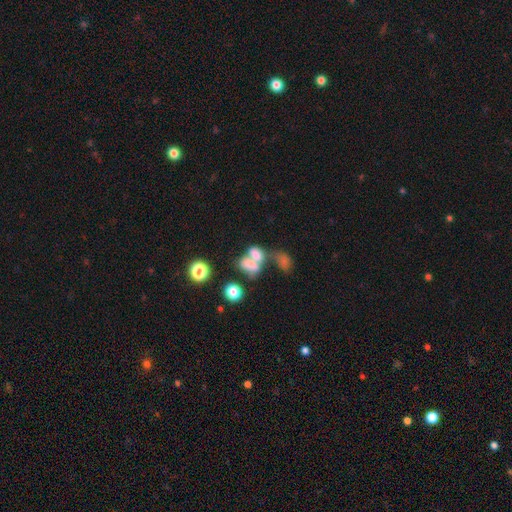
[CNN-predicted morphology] Q: Smooth or featured?
A: smooth (63%); runner-up: featured or disk (24%)
Q: How rounded?
A: in between (79%); runner-up: round (18%)
Q: Merging?
A: merger (67%); runner-up: none (15%)